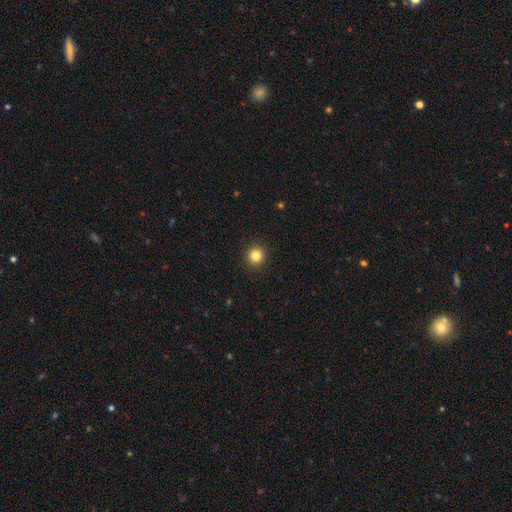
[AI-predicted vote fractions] Morphology: type=smooth (83%); roundness=round (93%); merging=none (93%).